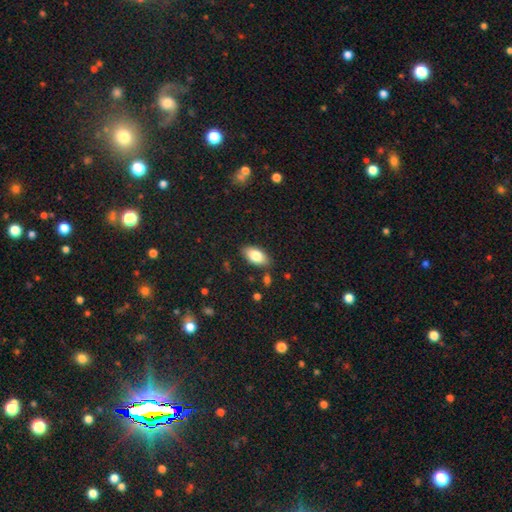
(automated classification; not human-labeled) Smooth or featured: smooth — 81% (featured or disk — 12%)
How rounded: in between — 93% (cigar-shaped — 4%)
Merging: none — 84% (minor disturbance — 11%)